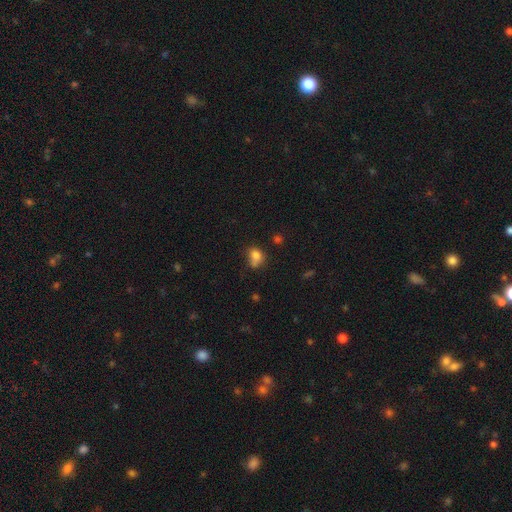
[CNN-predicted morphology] Smooth or featured? smooth (78%)
How rounded? in between (49%, tied with round)
Merging? none (43%)